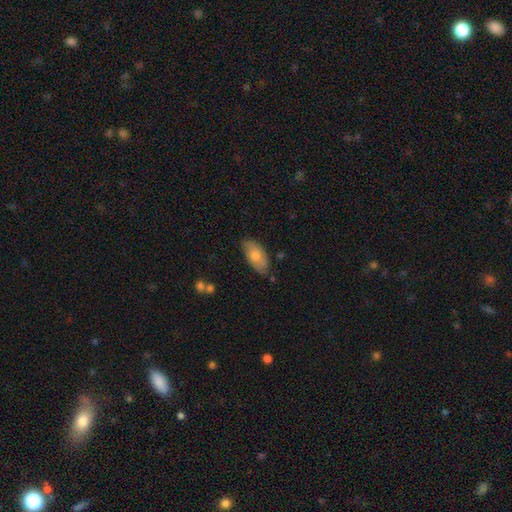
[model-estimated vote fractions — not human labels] smooth 73%, featured or disk 21%, star or artifact 6%. Down the decision tree: how rounded — in between (92%); merging — none (70%).